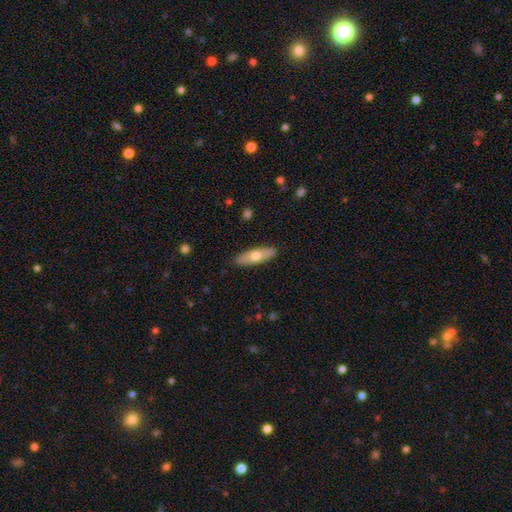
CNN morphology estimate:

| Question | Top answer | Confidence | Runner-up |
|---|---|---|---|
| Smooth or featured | smooth | 60% | featured or disk (34%) |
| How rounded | cigar-shaped | 49% | in between (48%) |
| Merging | none | 89% | minor disturbance (8%) |